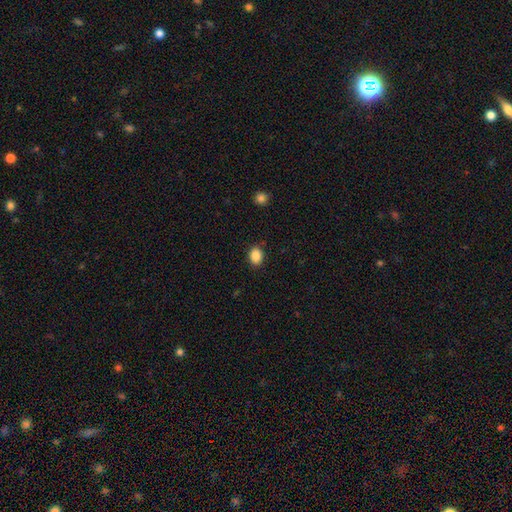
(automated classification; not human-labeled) Q: Smooth or featured?
A: smooth (88%); runner-up: star or artifact (9%)
Q: How rounded?
A: in between (67%); runner-up: round (32%)
Q: Merging?
A: none (88%); runner-up: minor disturbance (9%)